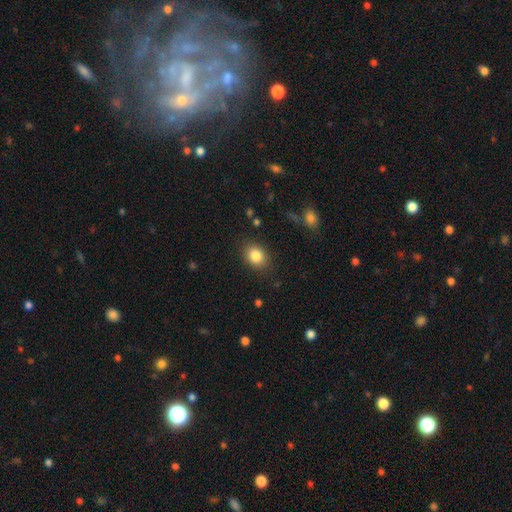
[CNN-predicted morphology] Overall: smooth (84%). How rounded: in between (62%; round 37%). Merging: none (85%).